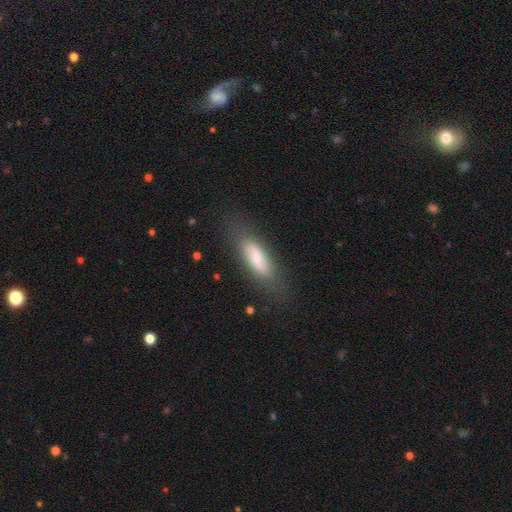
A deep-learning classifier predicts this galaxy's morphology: type=smooth (70%); roundness=in between (53%); merging=none (75%).